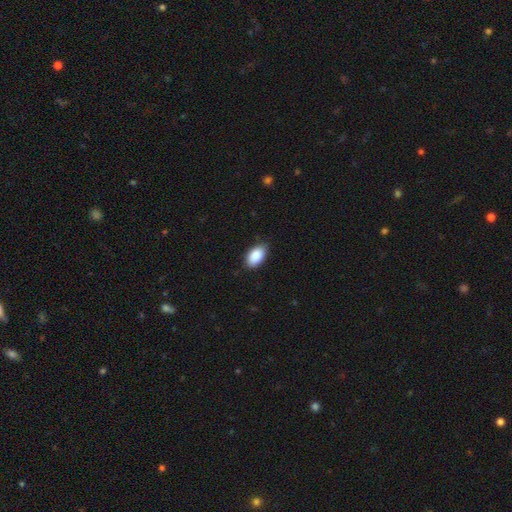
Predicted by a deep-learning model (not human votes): Smooth or featured?
  - smooth: 89% *
  - star or artifact: 6%
  - featured or disk: 5%
How rounded?
  - in between: 94% *
  - round: 4%
  - cigar-shaped: 2%
Merging?
  - none: 81% *
  - minor disturbance: 15%
  - major disturbance: 2%
  - merger: 1%